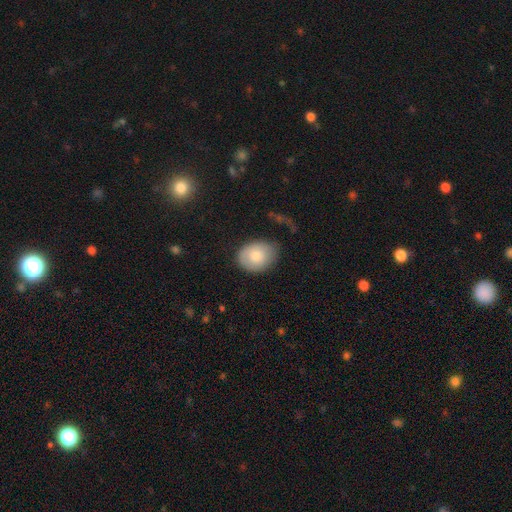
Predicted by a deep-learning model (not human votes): smooth 79%, featured or disk 14%, star or artifact 7%. Down the decision tree: how rounded — in between (61%); merging — none (65%).